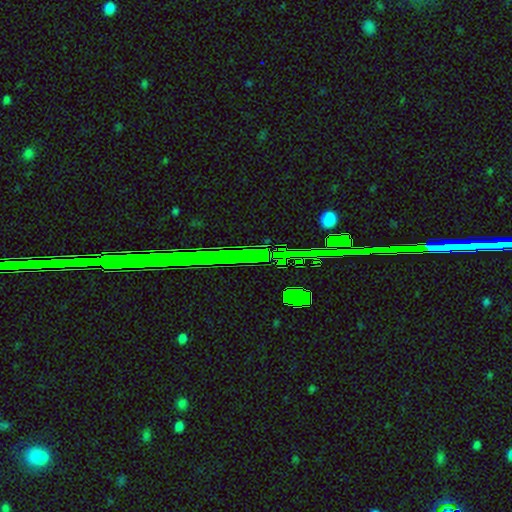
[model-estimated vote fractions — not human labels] star or artifact 80%, featured or disk 11%, smooth 8%.